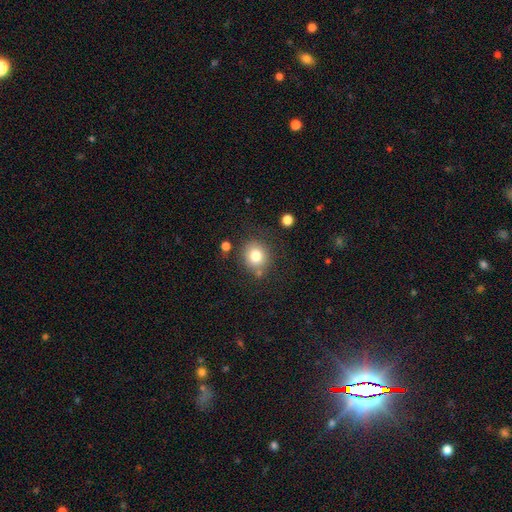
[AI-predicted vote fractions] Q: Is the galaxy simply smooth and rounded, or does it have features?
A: smooth — 80%.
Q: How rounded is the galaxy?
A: round — 83%.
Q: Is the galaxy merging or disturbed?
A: none — 77%.